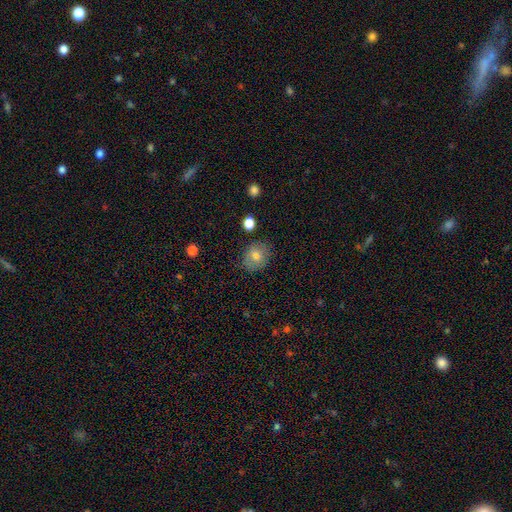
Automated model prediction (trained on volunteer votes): smooth-or-featured: smooth: 74% | featured or disk: 16% | star or artifact: 10%
  how-rounded: round: 59% | in between: 40% | cigar-shaped: 1%
  merging: none: 82% | minor disturbance: 13% | major disturbance: 3% | merger: 2%